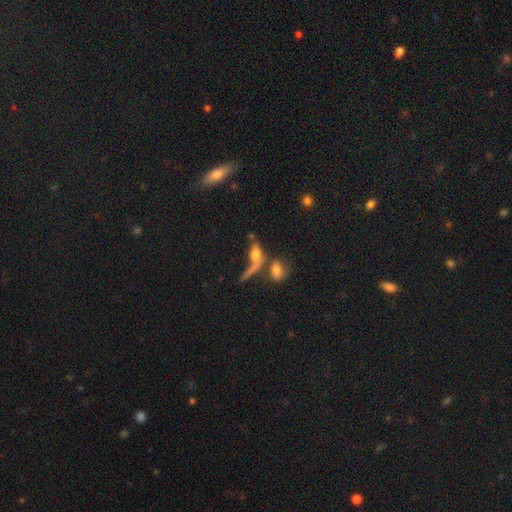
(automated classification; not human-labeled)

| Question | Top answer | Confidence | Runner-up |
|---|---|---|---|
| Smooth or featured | smooth | 53% | featured or disk (34%) |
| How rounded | in between | 54% | cigar-shaped (34%) |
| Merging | merger | 38% | none (33%) |